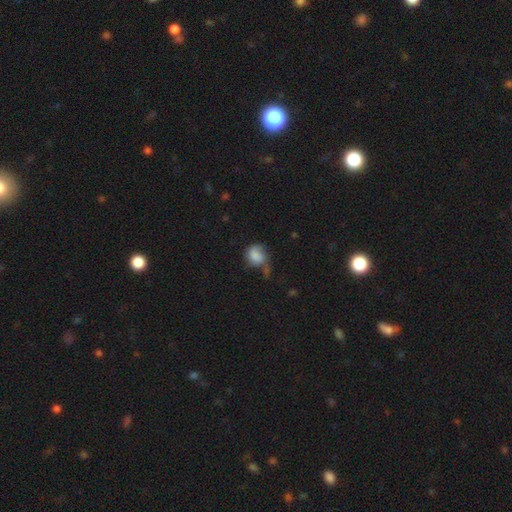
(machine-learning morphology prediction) Smooth or featured? Predicted: smooth (p=0.73). How rounded? Predicted: round (p=0.62). Merging? Predicted: none (p=0.34).